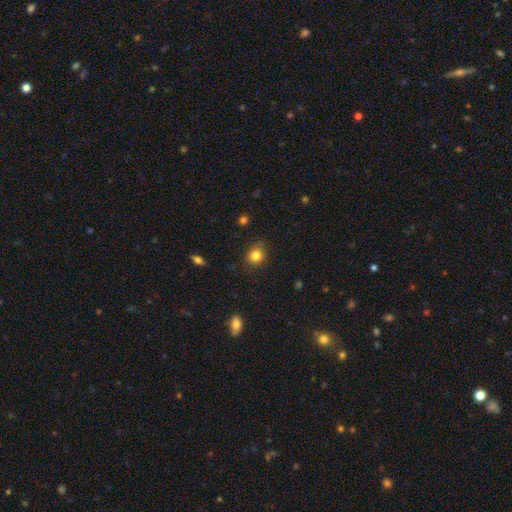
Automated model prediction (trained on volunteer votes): smooth_or_featured: smooth (p=0.83) [alt: star or artifact p=0.11]
how_rounded: round (p=0.78) [alt: in between p=0.21]
merging: none (p=0.82) [alt: minor disturbance p=0.14]